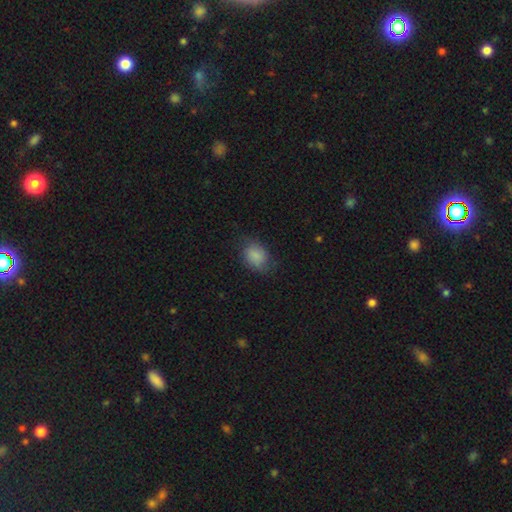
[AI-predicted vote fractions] Smooth or featured: smooth — 82% (featured or disk — 10%)
How rounded: in between — 67% (round — 32%)
Merging: none — 66% (minor disturbance — 24%)